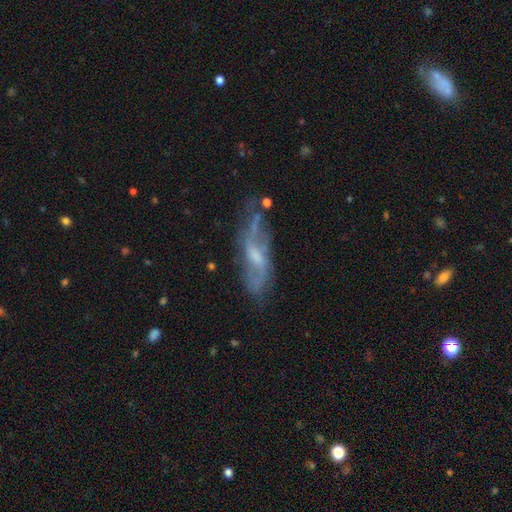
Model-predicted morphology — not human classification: This is likely a featured or disk galaxy (72%). It is likely not viewed edge-on (78%). Bar: possibly weak (48%). Spiral arm pattern: clearly yes (85%). Central bulge: marginally small (45%). Merging: likely none (64%).